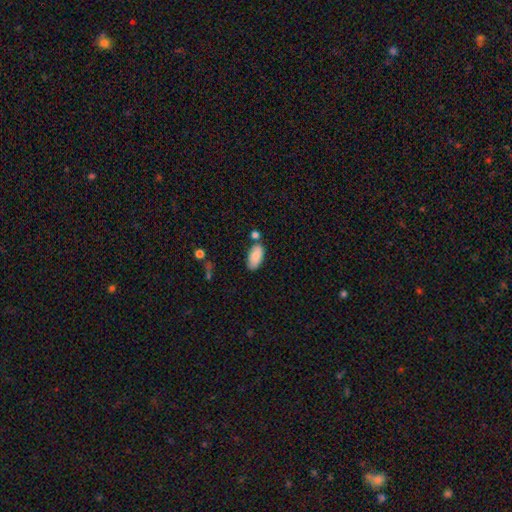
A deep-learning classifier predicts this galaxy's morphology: Smooth or featured: smooth — 87% (featured or disk — 7%)
How rounded: in between — 93% (cigar-shaped — 5%)
Merging: none — 71% (minor disturbance — 15%)